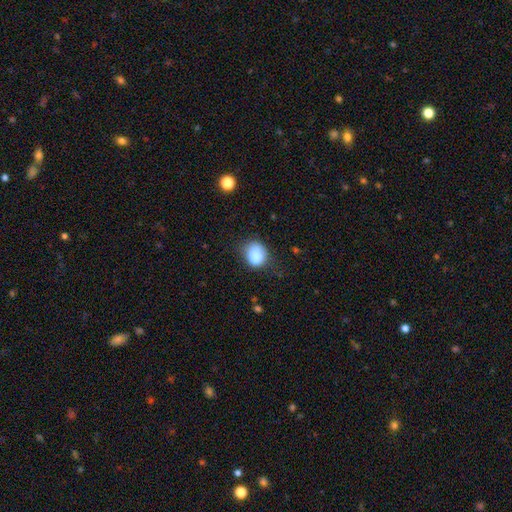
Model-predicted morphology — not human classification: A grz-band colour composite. It shows a smooth galaxy with no disk features (84%) that is in between round and cigar-shaped (50%). Merging: none (59%).